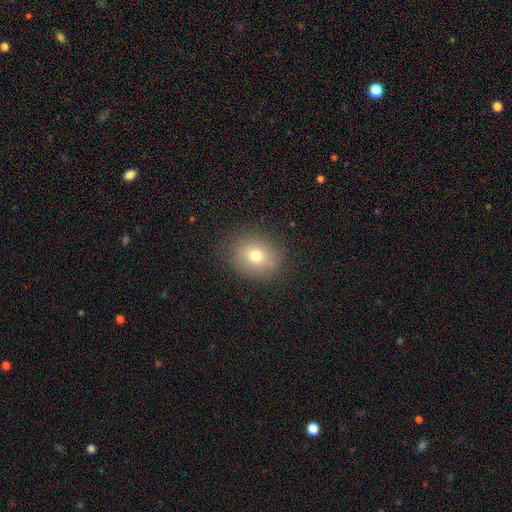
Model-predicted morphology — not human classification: This is likely a smooth galaxy (74%). How rounded: likely round (61%). Merging: clearly none (85%).